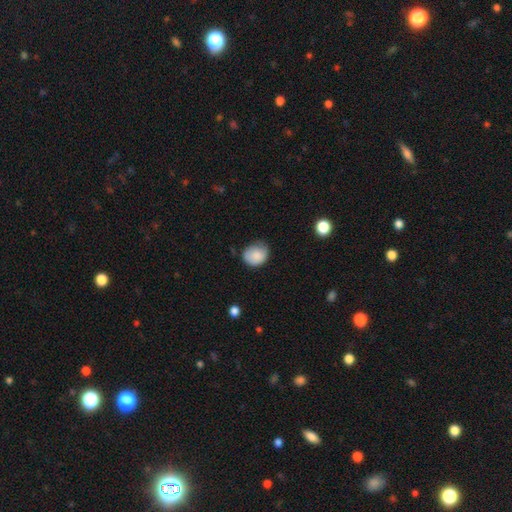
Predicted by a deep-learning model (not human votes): This appears to be a smooth galaxy with no disk features (85%) that is round (58%). Merging: none (57%).